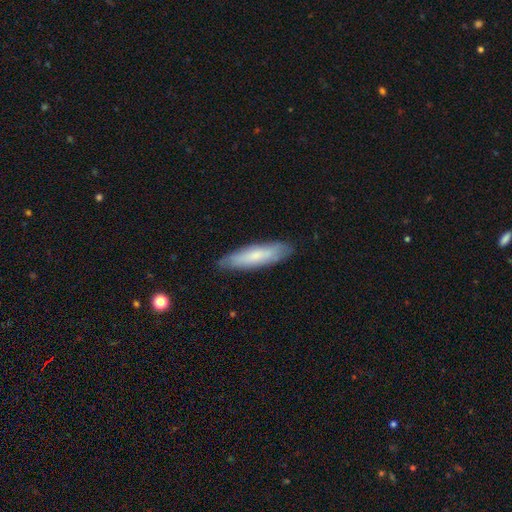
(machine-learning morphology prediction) This appears to be a smooth galaxy with no disk features (67%) that is cigar-shaped (73%). Merging: none (84%).